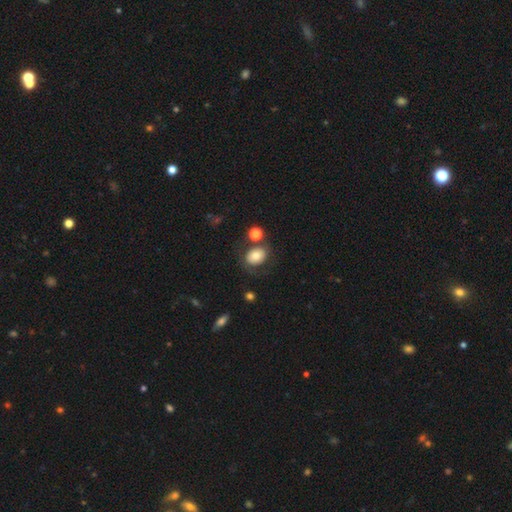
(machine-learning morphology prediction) This appears to be a smooth galaxy with no disk features (74%) that is in between round and cigar-shaped (57%). Merging: none (64%).